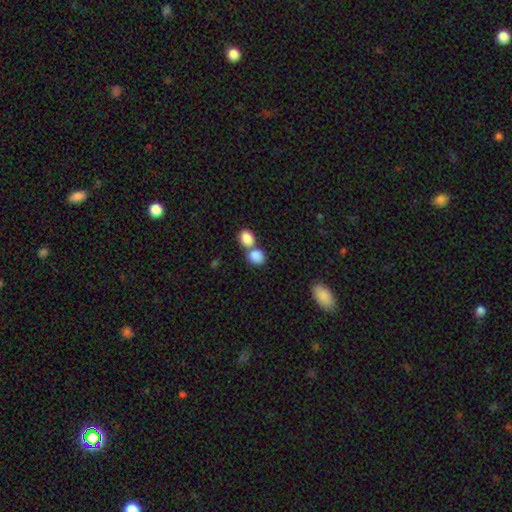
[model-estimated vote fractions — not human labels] smooth 86%, star or artifact 8%, featured or disk 6%. Down the decision tree: how rounded — round (56%); merging — merger (54%).